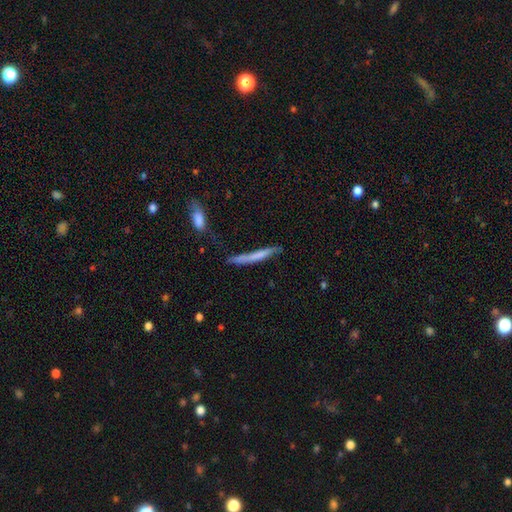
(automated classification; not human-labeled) Smooth or featured: smooth — 54% (featured or disk — 39%)
How rounded: cigar-shaped — 95% (in between — 3%)
Merging: none — 60% (minor disturbance — 23%)